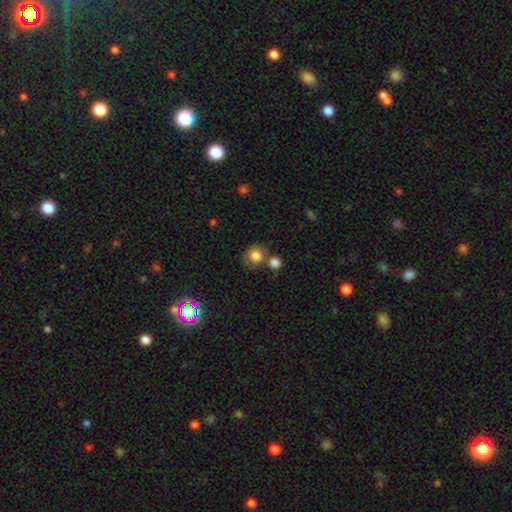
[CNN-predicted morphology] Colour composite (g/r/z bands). It shows a smooth galaxy with no disk features (80%) that is round (83%). Merging: none (60%).